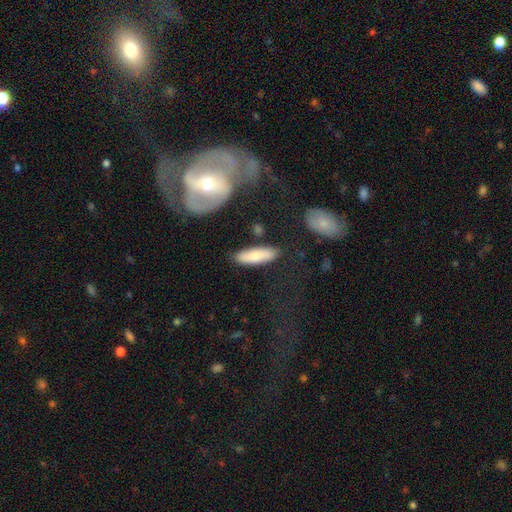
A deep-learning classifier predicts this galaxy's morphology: This is likely a smooth galaxy (77%). How rounded: possibly cigar-shaped (54%). Merging: clearly none (82%).